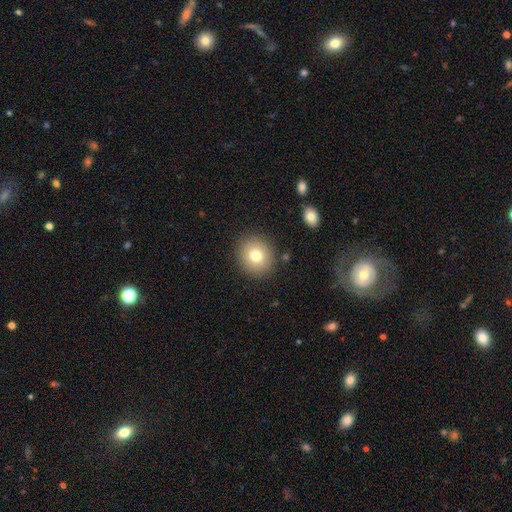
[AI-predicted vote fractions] A smooth galaxy with no disk features (77%) that is round (85%).

Vote fractions:
- Smooth or featured? smooth: 77% / featured or disk: 12% / star or artifact: 11%
- How rounded? round: 85% / in between: 14% / cigar-shaped: 1%
- Merging? none: 88% / minor disturbance: 8% / major disturbance: 3% / merger: 2%